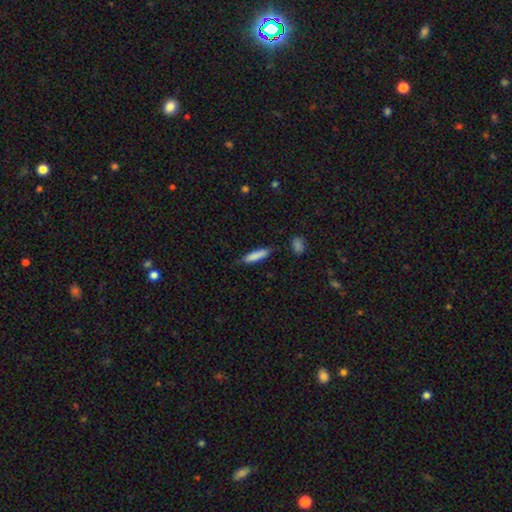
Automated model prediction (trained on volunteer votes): This appears to be a smooth galaxy with no disk features (84%) that is cigar-shaped (77%). Merging: none (80%).